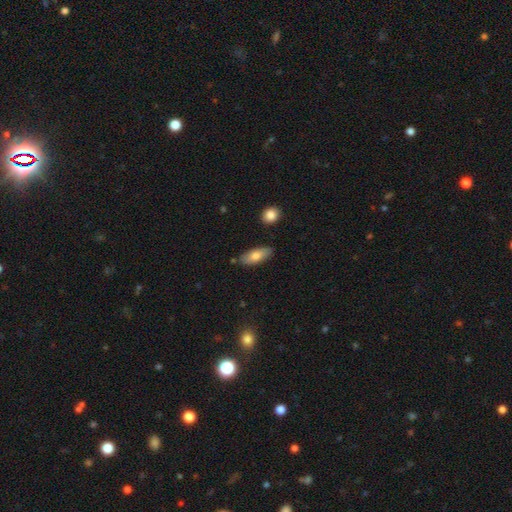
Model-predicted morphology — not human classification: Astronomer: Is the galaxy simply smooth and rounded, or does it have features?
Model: smooth — 77%.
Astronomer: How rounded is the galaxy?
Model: in between — 79%.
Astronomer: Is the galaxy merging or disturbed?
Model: none — 81%.